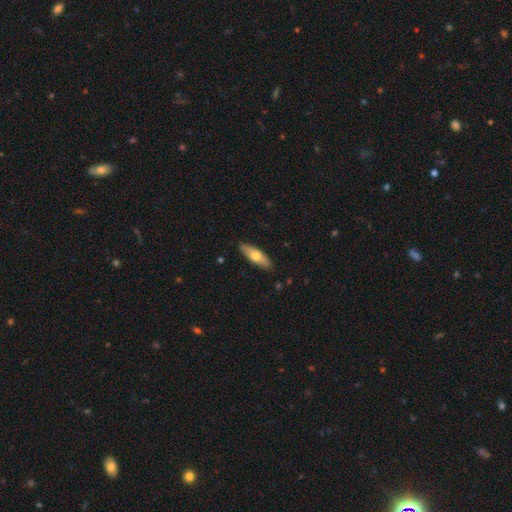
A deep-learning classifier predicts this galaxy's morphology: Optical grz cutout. It shows a smooth galaxy with no disk features (64%) that is in between round and cigar-shaped (58%). Merging: none (87%).